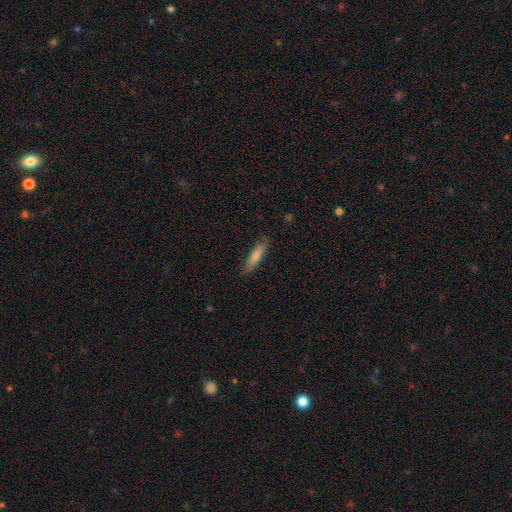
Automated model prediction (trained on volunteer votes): Q: Smooth or featured?
A: smooth (71%); runner-up: featured or disk (23%)
Q: How rounded?
A: cigar-shaped (76%); runner-up: in between (23%)
Q: Merging?
A: none (86%); runner-up: minor disturbance (11%)